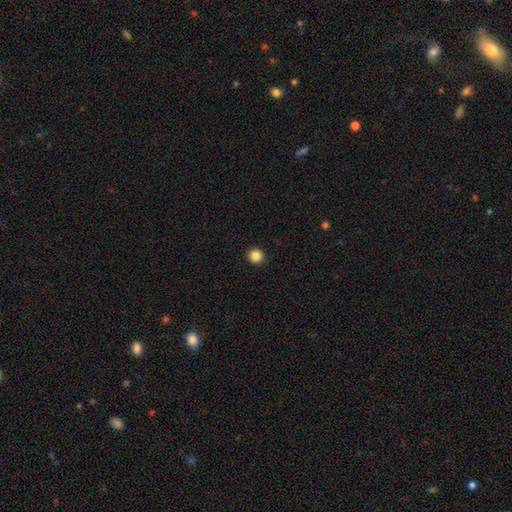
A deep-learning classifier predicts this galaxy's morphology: A smooth galaxy with no disk features (86%) that is round (96%). Merging: none (94%).